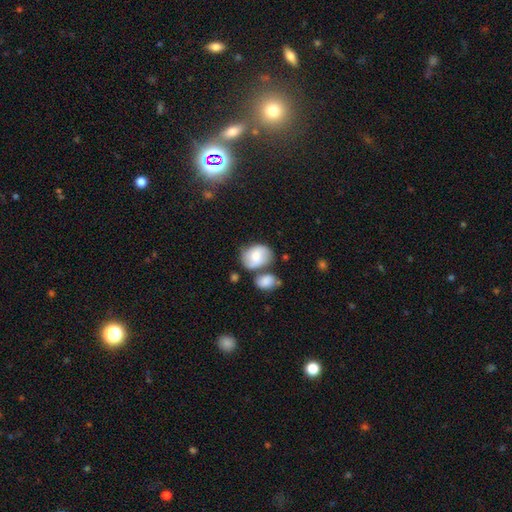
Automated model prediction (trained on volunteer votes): Overall: smooth (61%; featured or disk 32%). How rounded: in between (64%; round 34%). Merging: none (46%; merger 27%).